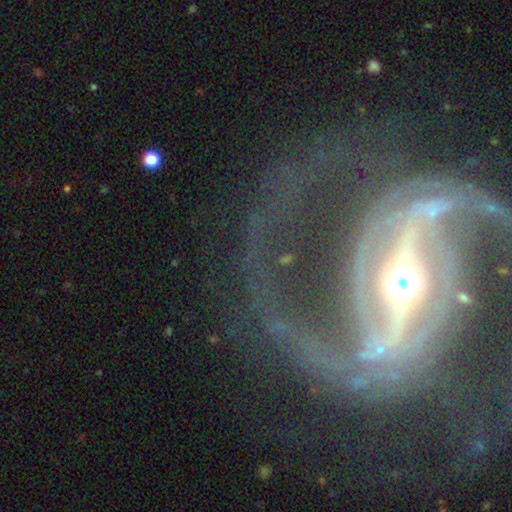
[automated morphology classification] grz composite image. It shows a featured or disk galaxy (88%) with a strong bar (67%), 2 (71%) medium (47%) spiral arms (91%) and a moderate central bulge (62%). Merging: none (58%).